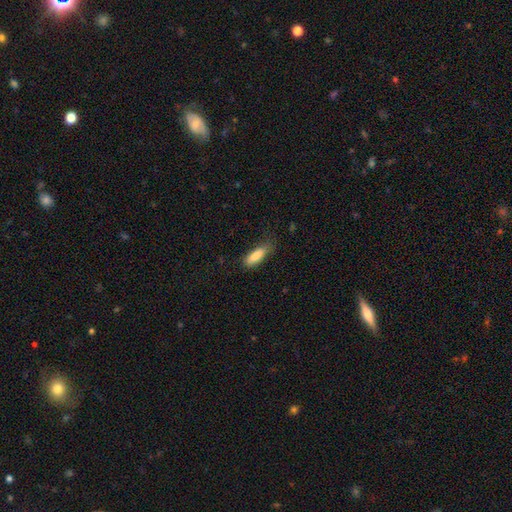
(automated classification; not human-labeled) Smooth or featured? smooth (84%)
How rounded? in between (60%)
Merging? none (64%)